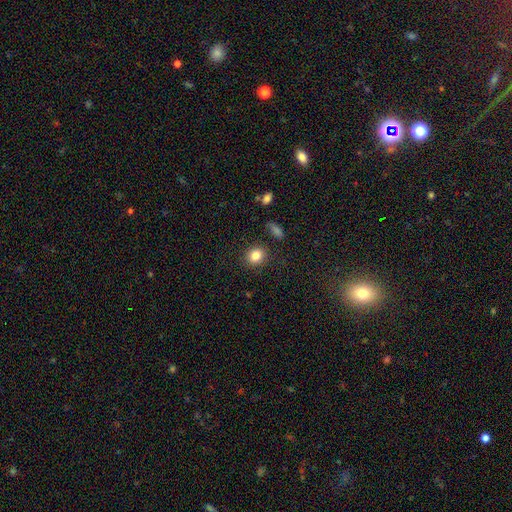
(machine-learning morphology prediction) A smooth galaxy with no disk features (84%) that is round (67%).

Vote fractions:
- Smooth or featured? smooth: 84% / star or artifact: 9% / featured or disk: 6%
- How rounded? round: 67% / in between: 32% / cigar-shaped: 1%
- Merging? none: 87% / minor disturbance: 8% / major disturbance: 3% / merger: 2%